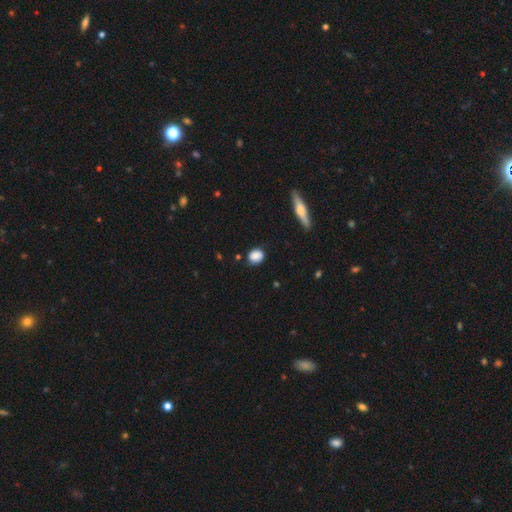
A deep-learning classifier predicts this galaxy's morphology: smooth_or_featured: smooth (p=0.82) [alt: featured or disk p=0.10]
how_rounded: round (p=0.56) [alt: in between p=0.41]
merging: none (p=0.75) [alt: minor disturbance p=0.19]